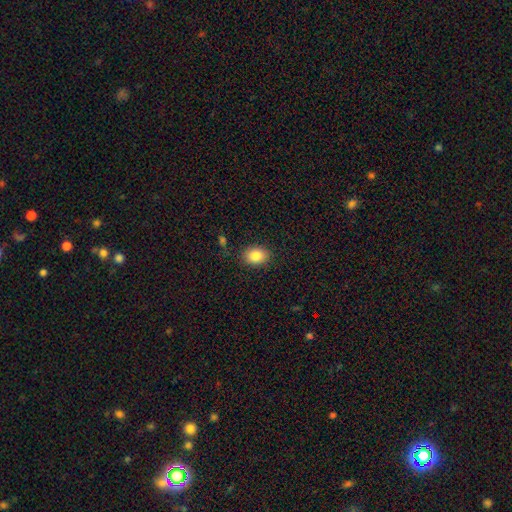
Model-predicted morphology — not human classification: Q: Smooth or featured?
A: smooth (84%); runner-up: star or artifact (9%)
Q: How rounded?
A: in between (64%); runner-up: round (35%)
Q: Merging?
A: none (86%); runner-up: minor disturbance (10%)